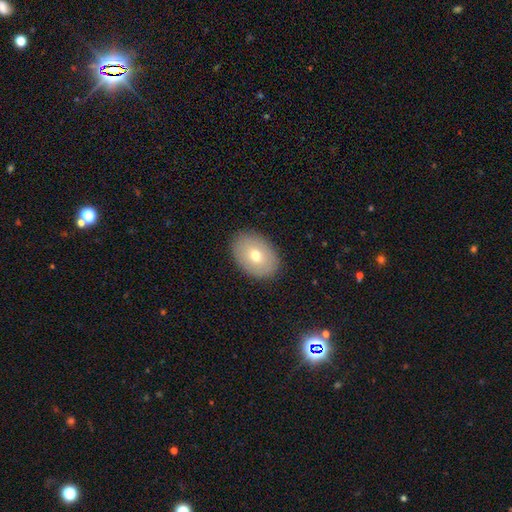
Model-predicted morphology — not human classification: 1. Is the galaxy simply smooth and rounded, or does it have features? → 70% smooth, 22% featured or disk, 8% star or artifact.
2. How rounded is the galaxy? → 80% in between, 19% round, 1% cigar-shaped.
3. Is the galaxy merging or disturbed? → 88% none, 8% minor disturbance, 2% major disturbance, 1% merger.